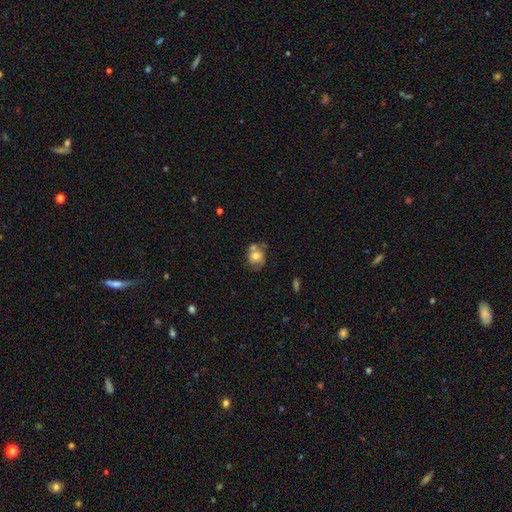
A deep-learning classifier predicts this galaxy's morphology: A smooth galaxy with no disk features (58%) that is round (69%). Merging: none (45%).